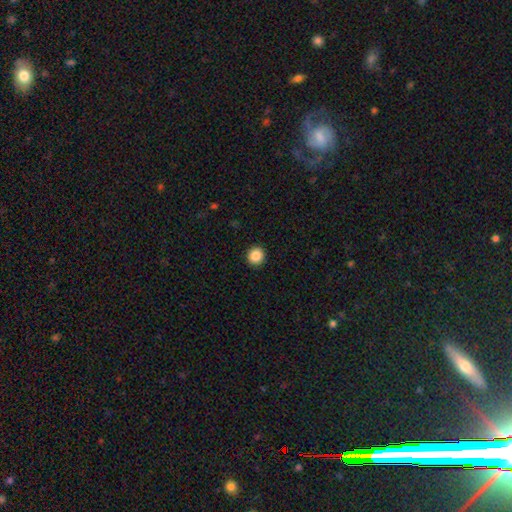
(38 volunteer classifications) Volunteers were most divided on "smooth or featured": smooth: 87%, star or artifact: 8%, featured or disk: 5%. More confident: how rounded — round (97%); merging — none (94%).